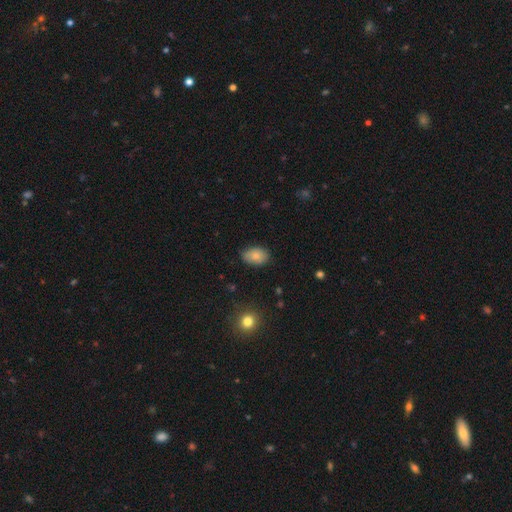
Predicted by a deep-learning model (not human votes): smooth 82%, featured or disk 9%, star or artifact 9%. Down the decision tree: how rounded — in between (84%); merging — none (77%).